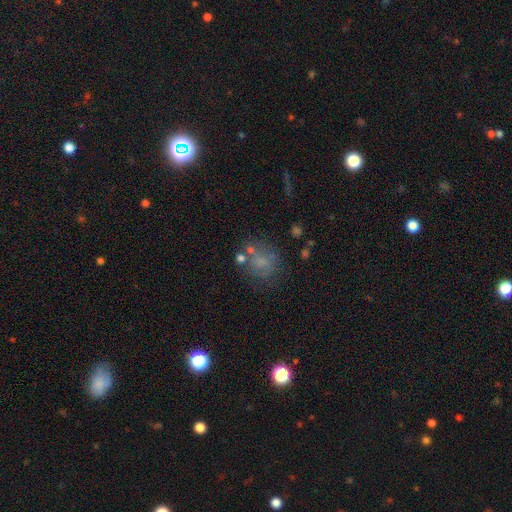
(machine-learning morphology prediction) A smooth galaxy with no disk features (49%).

Vote fractions:
- Smooth or featured? smooth: 49% / featured or disk: 27% / star or artifact: 24%
- Merging? none: 58% / minor disturbance: 18% / major disturbance: 14% / merger: 9%